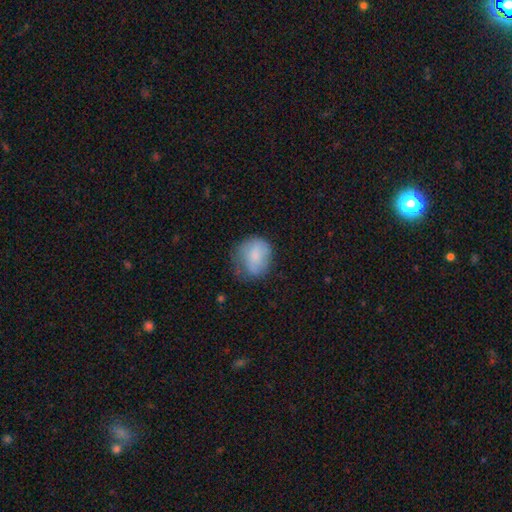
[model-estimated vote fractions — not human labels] smooth-or-featured: smooth: 76% | featured or disk: 16% | star or artifact: 8%
  how-rounded: round: 66% | in between: 34% | cigar-shaped: 1%
  merging: none: 51% | minor disturbance: 33% | major disturbance: 14% | merger: 2%